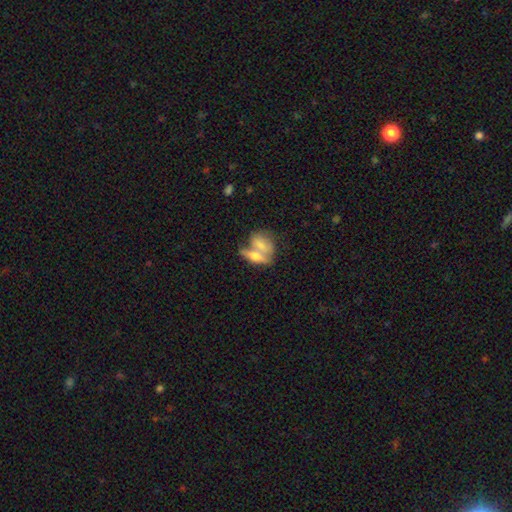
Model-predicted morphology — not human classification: Smooth or featured? smooth (56%)
How rounded? in between (68%)
Merging? merger (58%)